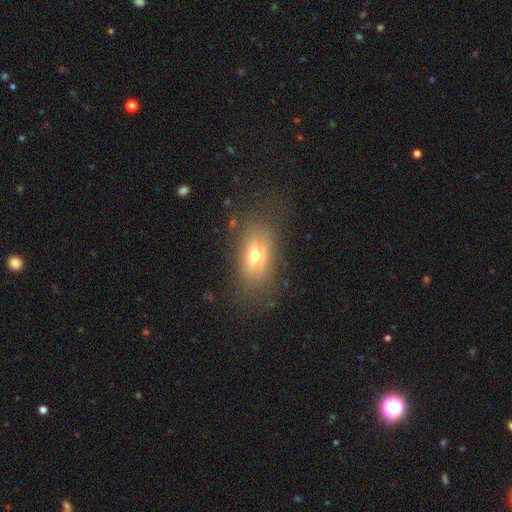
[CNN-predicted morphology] smooth-or-featured: smooth: 60% | featured or disk: 28% | star or artifact: 12%
  how-rounded: in between: 82% | round: 10% | cigar-shaped: 8%
  merging: none: 70% | minor disturbance: 18% | major disturbance: 10% | merger: 2%